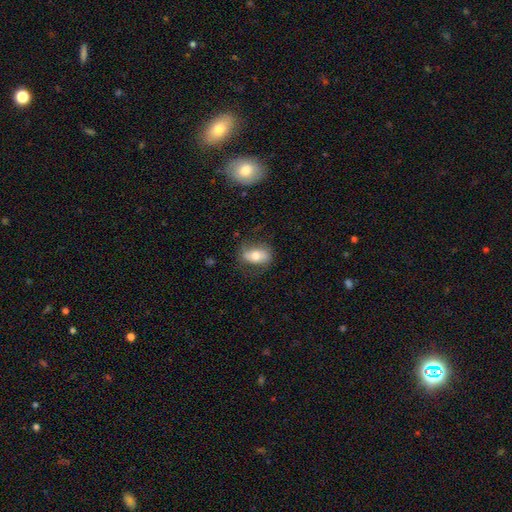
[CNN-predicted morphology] Q: Smooth or featured?
A: smooth (61%); runner-up: featured or disk (31%)
Q: How rounded?
A: in between (82%); runner-up: round (15%)
Q: Merging?
A: none (68%); runner-up: minor disturbance (21%)